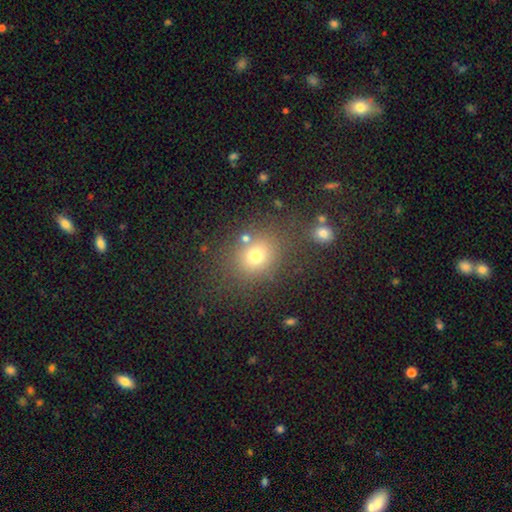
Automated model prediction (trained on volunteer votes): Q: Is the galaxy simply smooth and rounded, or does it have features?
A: smooth — 72%.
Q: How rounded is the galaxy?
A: round — 66%.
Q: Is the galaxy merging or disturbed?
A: none — 75%.